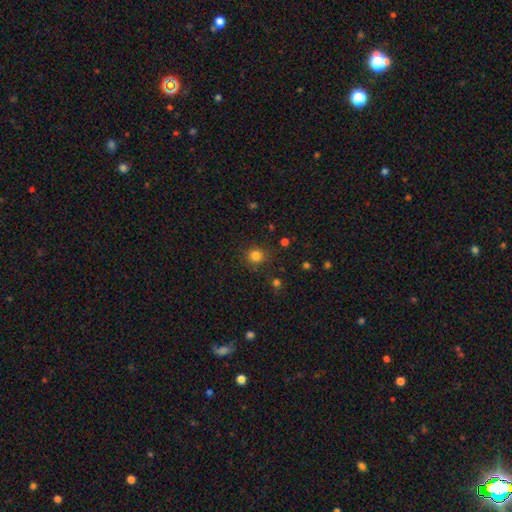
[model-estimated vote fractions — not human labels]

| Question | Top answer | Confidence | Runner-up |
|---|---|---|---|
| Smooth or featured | smooth | 82% | star or artifact (14%) |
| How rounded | round | 91% | in between (8%) |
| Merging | none | 85% | minor disturbance (9%) |